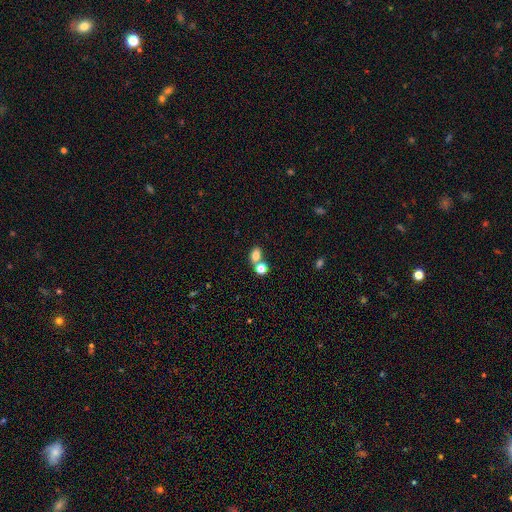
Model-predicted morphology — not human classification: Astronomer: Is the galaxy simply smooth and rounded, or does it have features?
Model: smooth — 78%.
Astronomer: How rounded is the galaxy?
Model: in between — 67%.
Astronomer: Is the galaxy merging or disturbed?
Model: none — 45% (runner-up: merger, 42%).